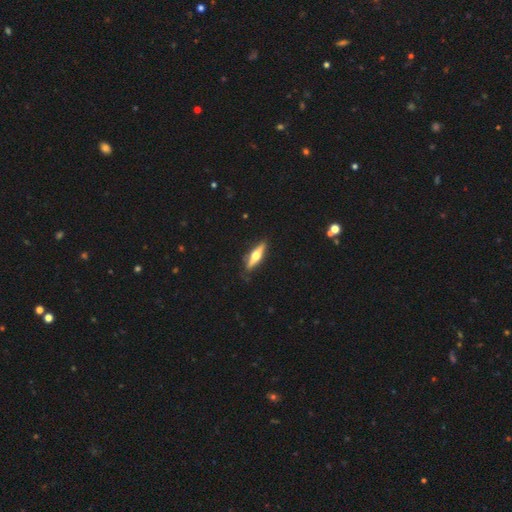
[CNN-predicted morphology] featured or disk 62%, smooth 33%, star or artifact 5%. Down the decision tree: edge-on disk — yes (95%); edge-on bulge — rounded (95%); merging — none (87%).